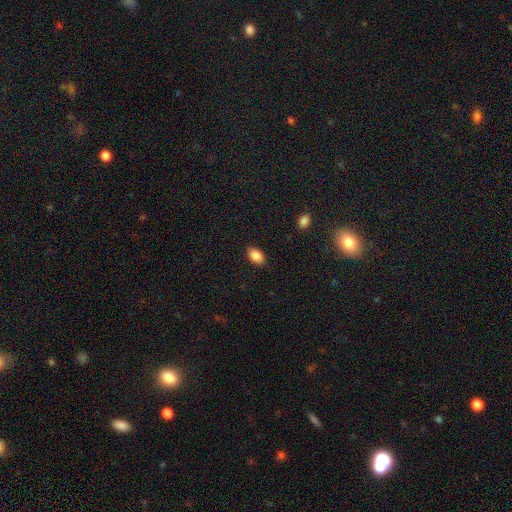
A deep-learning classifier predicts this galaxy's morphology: A smooth galaxy with no disk features (87%) that is in between round and cigar-shaped (91%).

Vote fractions:
- Smooth or featured? smooth: 87% / star or artifact: 8% / featured or disk: 5%
- How rounded? in between: 91% / round: 7% / cigar-shaped: 2%
- Merging? none: 87% / minor disturbance: 10% / major disturbance: 2% / merger: 1%